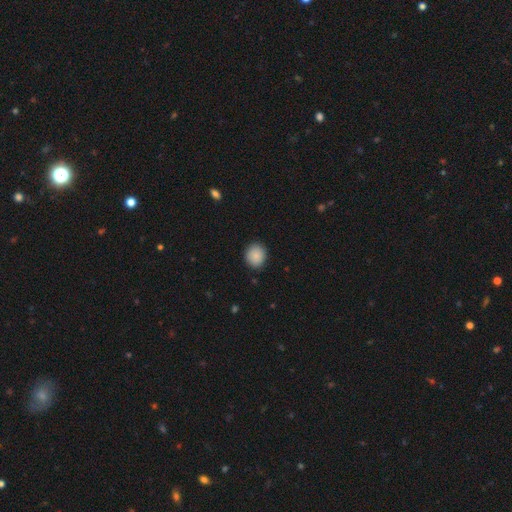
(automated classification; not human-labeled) A smooth galaxy with no disk features (88%) that is round (73%).

Vote fractions:
- Smooth or featured? smooth: 88% / star or artifact: 8% / featured or disk: 4%
- How rounded? round: 73% / in between: 26% / cigar-shaped: 1%
- Merging? none: 88% / minor disturbance: 9% / major disturbance: 2% / merger: 1%